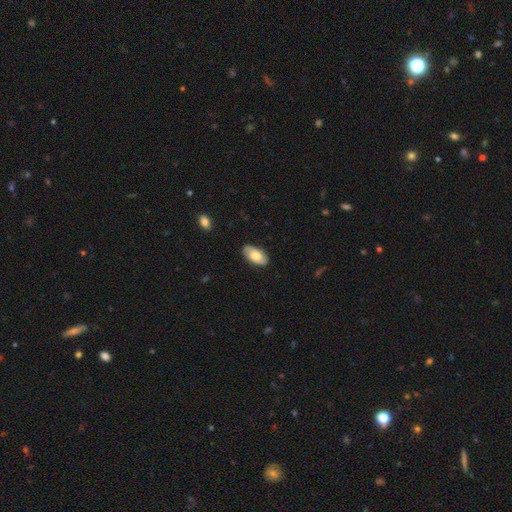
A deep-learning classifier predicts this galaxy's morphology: A smooth galaxy with no disk features (63%) that is in between round and cigar-shaped (94%). Merging: none (82%).